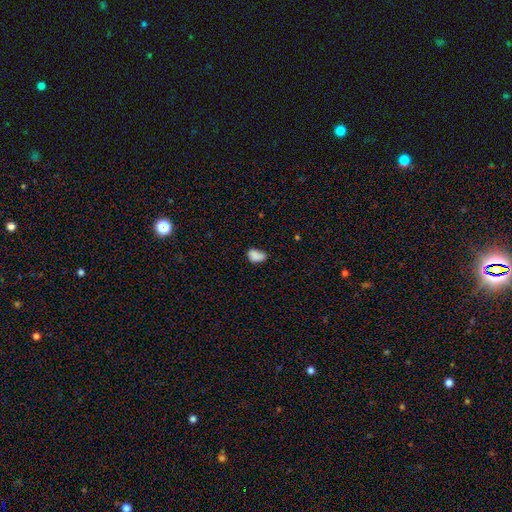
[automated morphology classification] This is clearly a smooth galaxy (84%). How rounded: clearly in between (87%). Merging: possibly none (53%).